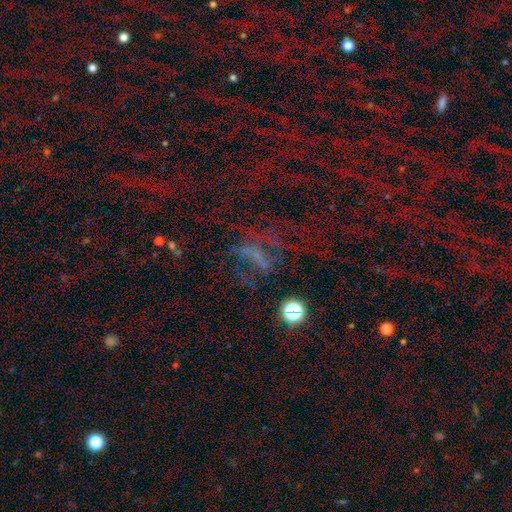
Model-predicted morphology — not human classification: Smooth or featured? Predicted: star or artifact (p=0.53).